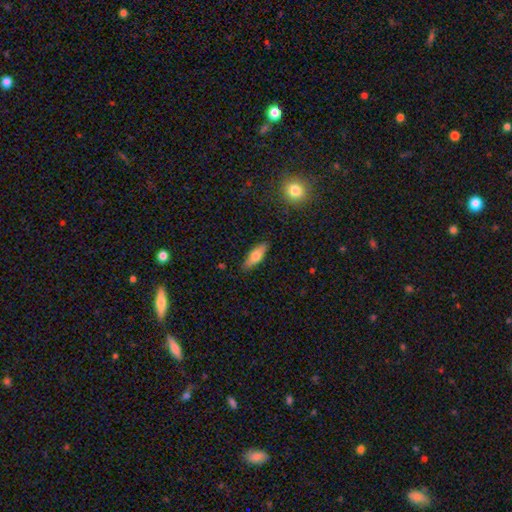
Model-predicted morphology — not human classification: This appears to be a smooth galaxy with no disk features (68%) that is in between round and cigar-shaped (61%). Merging: none (86%).